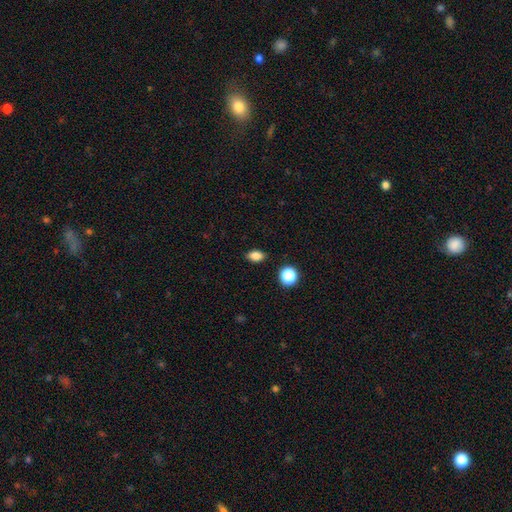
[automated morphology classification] The model was most divided on "how rounded": in between: 81%, round: 17%, cigar-shaped: 2%. More confident: merging — none (88%); smooth or featured — smooth (84%).